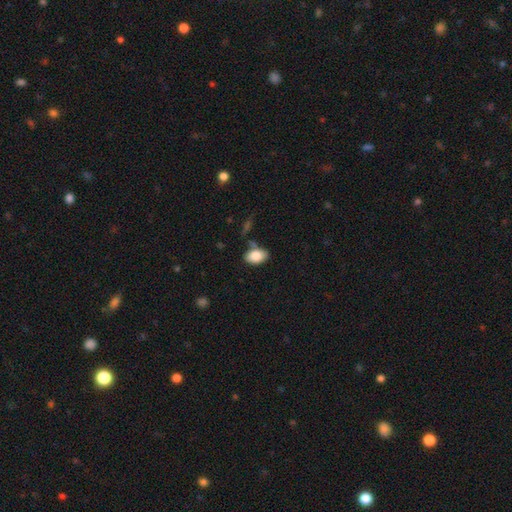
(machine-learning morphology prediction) smooth-or-featured: smooth: 84% | featured or disk: 9% | star or artifact: 7%
  how-rounded: in between: 89% | round: 9% | cigar-shaped: 2%
  merging: none: 64% | minor disturbance: 20% | merger: 11% | major disturbance: 5%